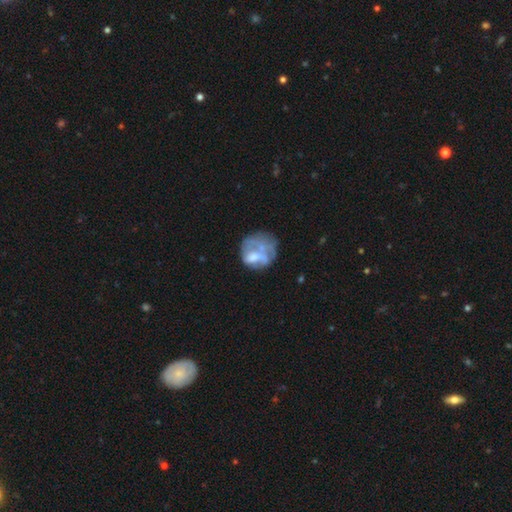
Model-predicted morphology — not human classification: Smooth or featured? featured or disk (47%)
Merging? none (36%)